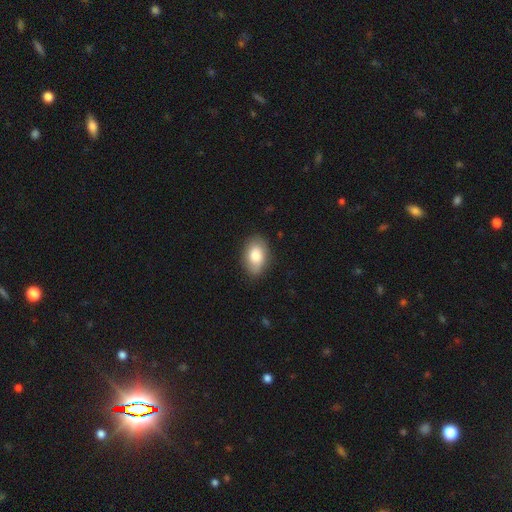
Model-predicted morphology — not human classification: Smooth or featured? smooth (78%)
How rounded? in between (89%)
Merging? none (81%)